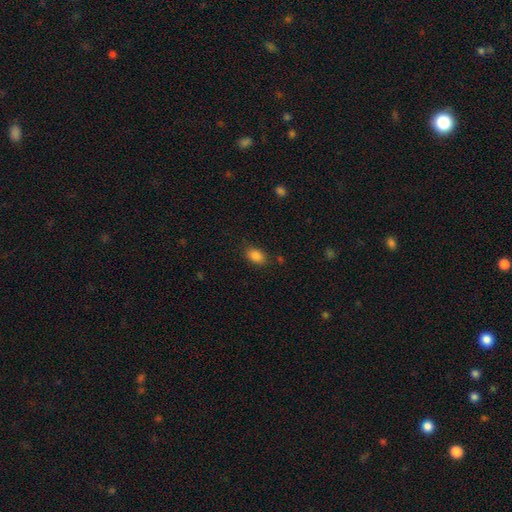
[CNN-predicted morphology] A smooth galaxy with no disk features (86%) that is in between round and cigar-shaped (79%). Merging: none (81%).